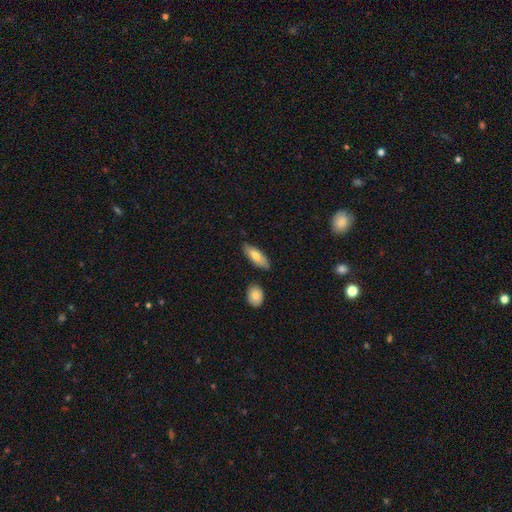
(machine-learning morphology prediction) Smooth or featured? smooth (72%)
How rounded? in between (69%)
Merging? none (78%)